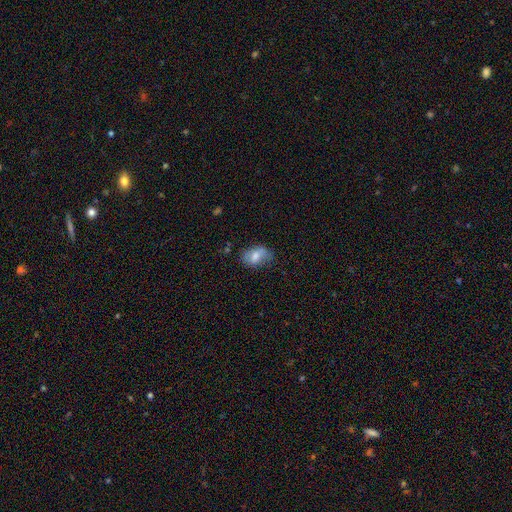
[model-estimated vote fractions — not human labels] Smooth or featured? smooth (67%)
How rounded? in between (83%)
Merging? none (53%)